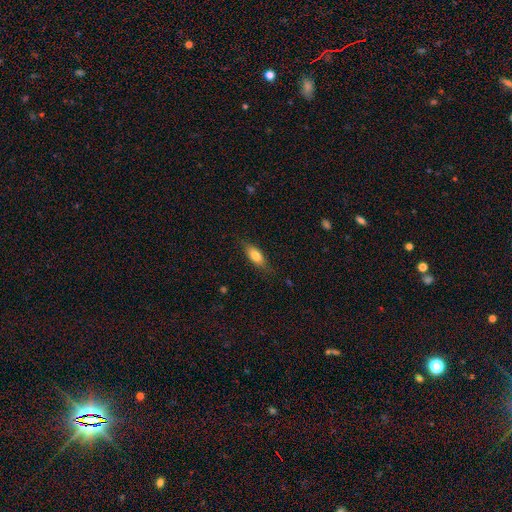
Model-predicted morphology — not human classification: smooth-or-featured: smooth: 74% | featured or disk: 19% | star or artifact: 7%
  how-rounded: in between: 75% | cigar-shaped: 21% | round: 4%
  merging: none: 77% | minor disturbance: 17% | major disturbance: 4% | merger: 1%